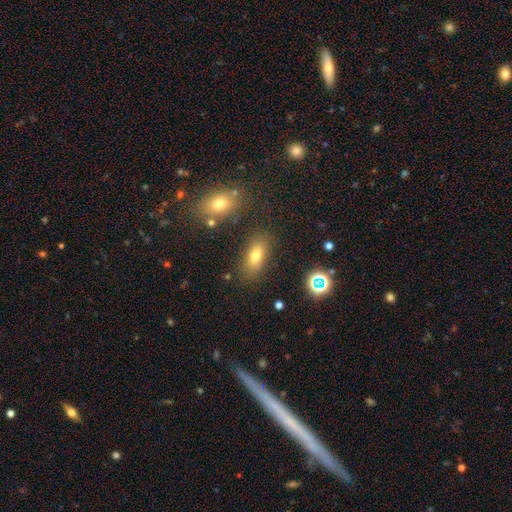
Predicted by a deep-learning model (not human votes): Smooth or featured?
  - smooth: 70% *
  - featured or disk: 15%
  - star or artifact: 15%
How rounded?
  - in between: 80% *
  - cigar-shaped: 12%
  - round: 8%
Merging?
  - none: 79% *
  - minor disturbance: 12%
  - merger: 5%
  - major disturbance: 4%